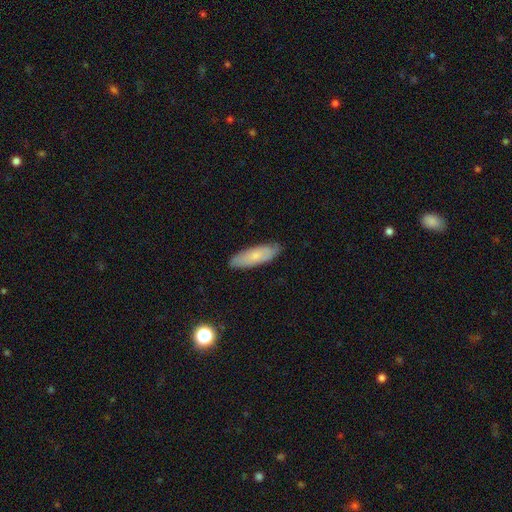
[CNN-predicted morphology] This is likely a smooth galaxy (70%). How rounded: possibly in between (53%). Merging: clearly none (84%).